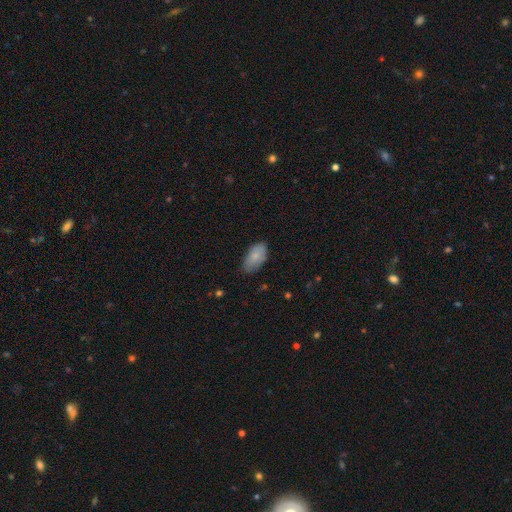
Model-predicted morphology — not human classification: The model was most divided on "merging": none: 72%, minor disturbance: 23%, major disturbance: 3%, merger: 1%. More confident: how rounded — in between (94%); smooth or featured — smooth (81%).